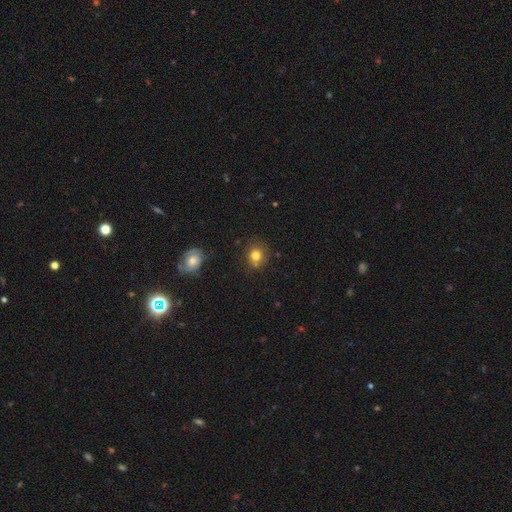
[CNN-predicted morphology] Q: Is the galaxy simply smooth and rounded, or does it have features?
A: smooth — 78%.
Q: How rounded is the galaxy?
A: round — 80%.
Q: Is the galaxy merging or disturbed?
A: none — 72%.